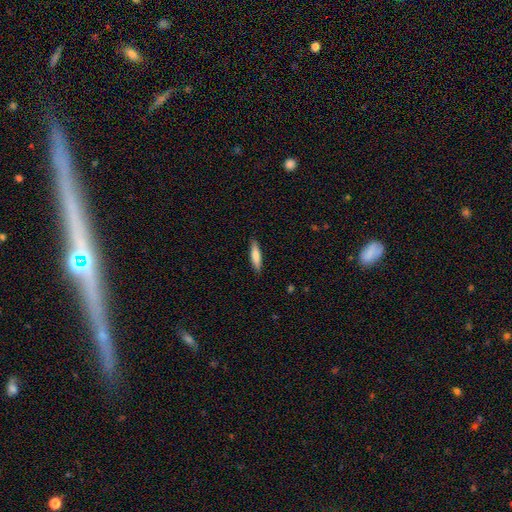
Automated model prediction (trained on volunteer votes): Morphology: type=smooth (75%); roundness=cigar-shaped (79%); merging=none (89%).